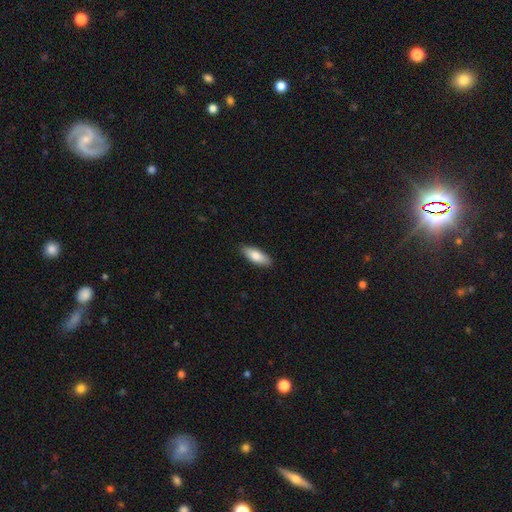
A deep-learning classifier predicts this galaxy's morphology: smooth 80%, featured or disk 14%, star or artifact 6%. Down the decision tree: how rounded — in between (73%); merging — none (88%).